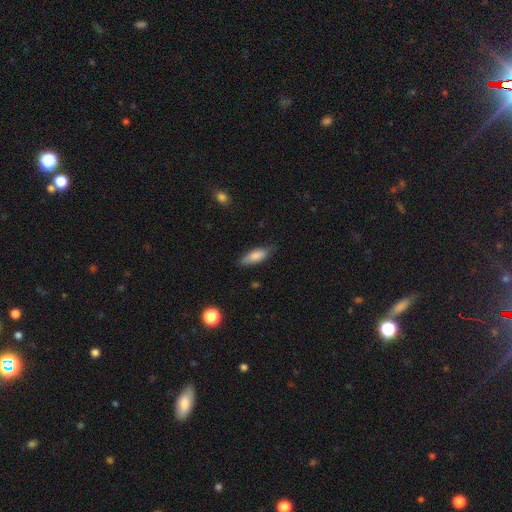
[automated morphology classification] A smooth galaxy with no disk features (80%) that is in between round and cigar-shaped (65%). Merging: none (76%).